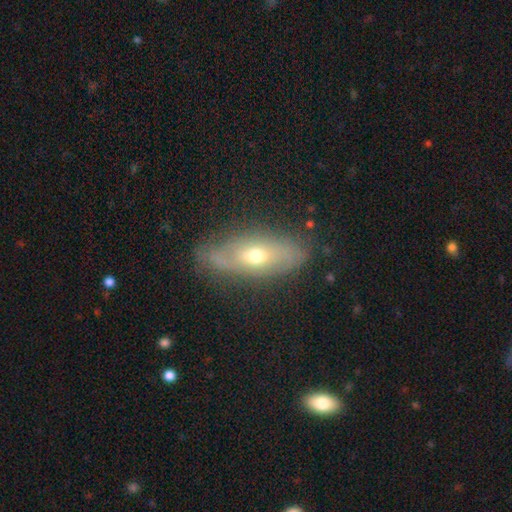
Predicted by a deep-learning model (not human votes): Smooth or featured?
  - featured or disk: 60% *
  - smooth: 32%
  - star or artifact: 8%
Edge-on disk?
  - no: 69% *
  - yes: 31%
Merging?
  - none: 73% *
  - minor disturbance: 20%
  - major disturbance: 6%
  - merger: 2%